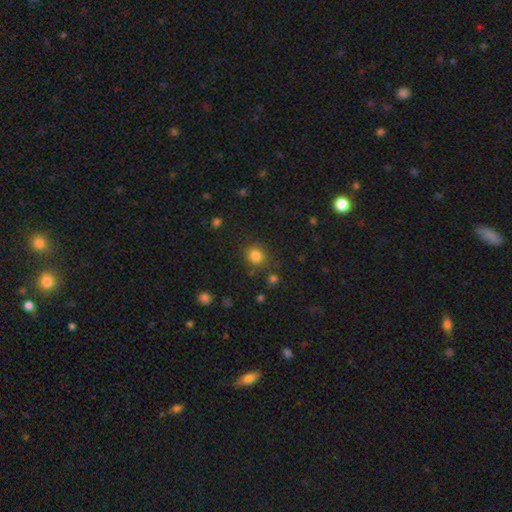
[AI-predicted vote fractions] Overall: smooth (83%). How rounded: round (83%). Merging: none (82%).